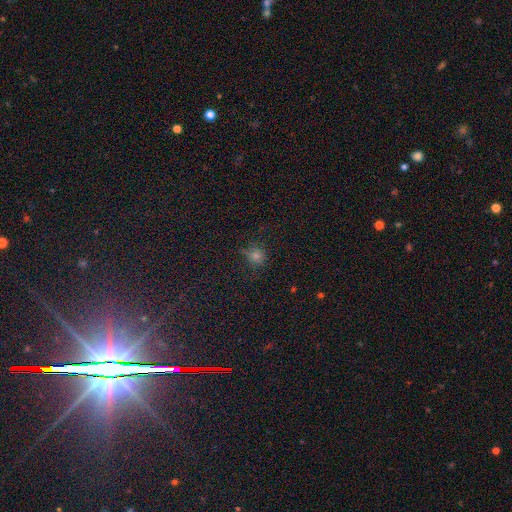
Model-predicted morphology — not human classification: Q: Smooth or featured?
A: smooth (68%); runner-up: star or artifact (25%)
Q: How rounded?
A: round (85%); runner-up: in between (14%)
Q: Merging?
A: none (74%); runner-up: minor disturbance (18%)